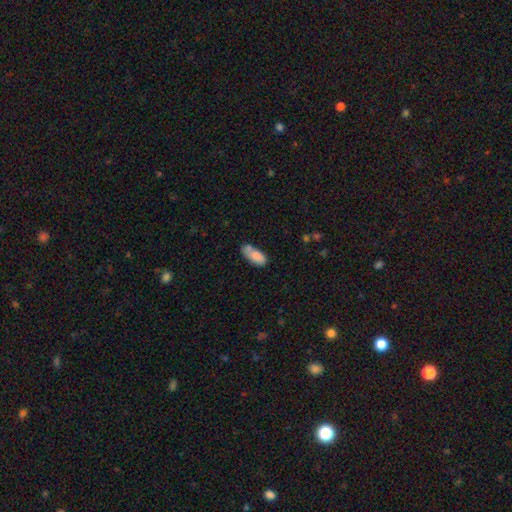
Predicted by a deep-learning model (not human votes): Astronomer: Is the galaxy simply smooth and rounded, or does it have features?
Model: smooth — 80%.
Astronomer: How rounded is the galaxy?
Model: in between — 86%.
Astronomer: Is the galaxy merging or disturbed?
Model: none — 47% (runner-up: minor disturbance, 27%).